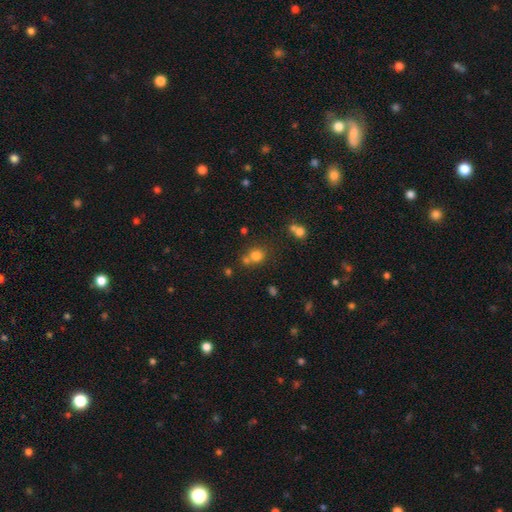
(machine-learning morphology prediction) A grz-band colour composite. It shows a smooth galaxy with no disk features (75%) that is round (83%). Merging: none (54%).